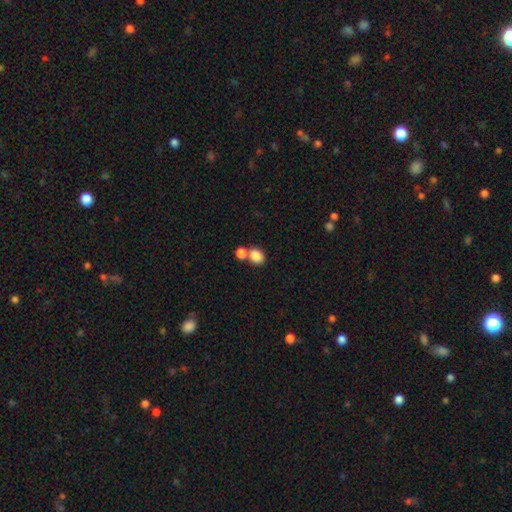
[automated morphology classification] smooth-or-featured: smooth: 85% | star or artifact: 9% | featured or disk: 6%
  how-rounded: round: 50% | in between: 49% | cigar-shaped: 1%
  merging: none: 49% | merger: 39% | minor disturbance: 8% | major disturbance: 3%